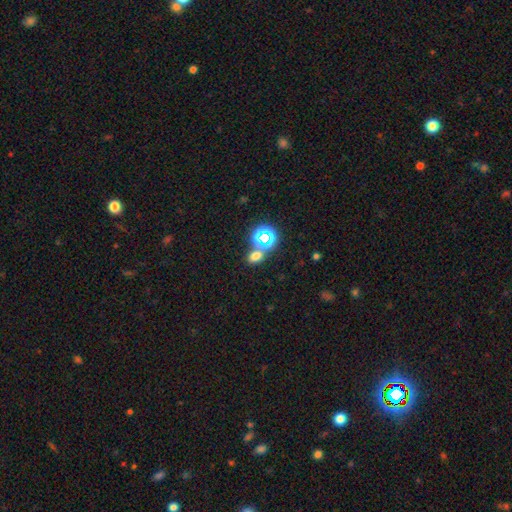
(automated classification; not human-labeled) A smooth galaxy with no disk features (60%) that is in between round and cigar-shaped (63%). Merging: none (69%).